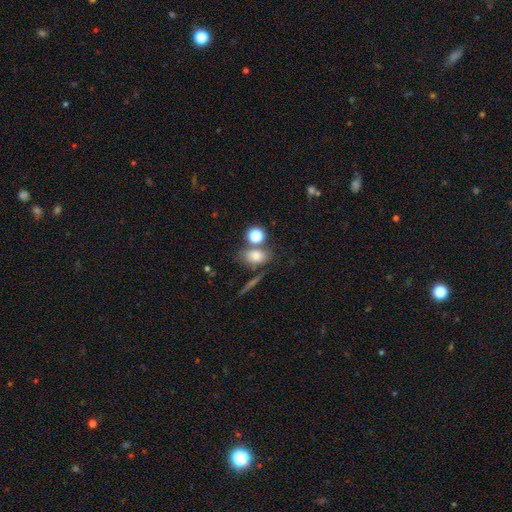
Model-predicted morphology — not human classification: smooth-or-featured: smooth: 75% | star or artifact: 14% | featured or disk: 12%
  how-rounded: in between: 63% | round: 34% | cigar-shaped: 3%
  merging: none: 57% | merger: 24% | minor disturbance: 13% | major disturbance: 6%